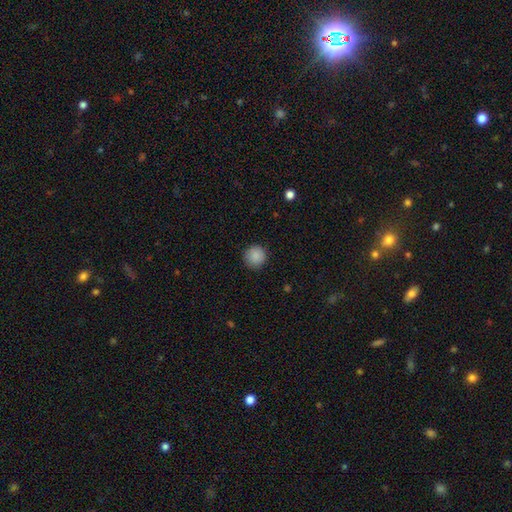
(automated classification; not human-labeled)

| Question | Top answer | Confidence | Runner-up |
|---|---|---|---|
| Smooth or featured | smooth | 88% | star or artifact (8%) |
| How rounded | round | 95% | in between (4%) |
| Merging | none | 91% | minor disturbance (6%) |